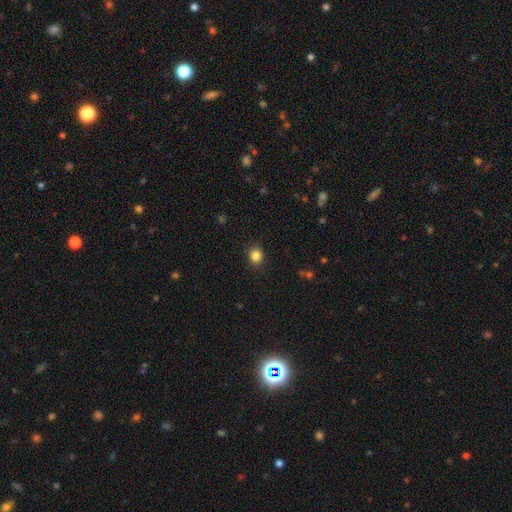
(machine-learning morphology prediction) smooth 85%, star or artifact 11%, featured or disk 4%. Down the decision tree: how rounded — round (79%); merging — none (89%).